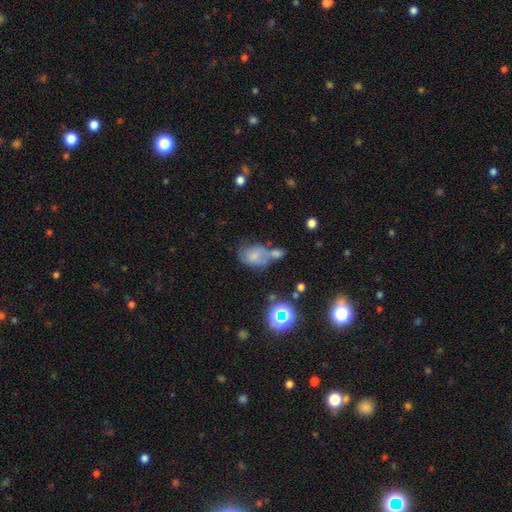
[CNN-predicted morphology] A smooth galaxy with no disk features (62%) that is in between round and cigar-shaped (76%). Merging: merger (46%).